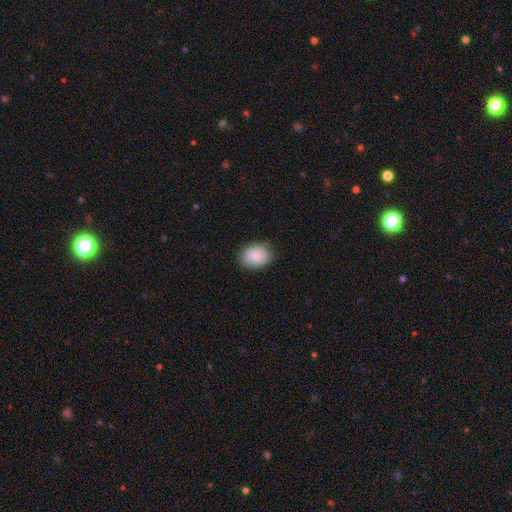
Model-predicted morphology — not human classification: Overall: smooth (83%). How rounded: in between (58%; round 41%). Merging: none (82%).